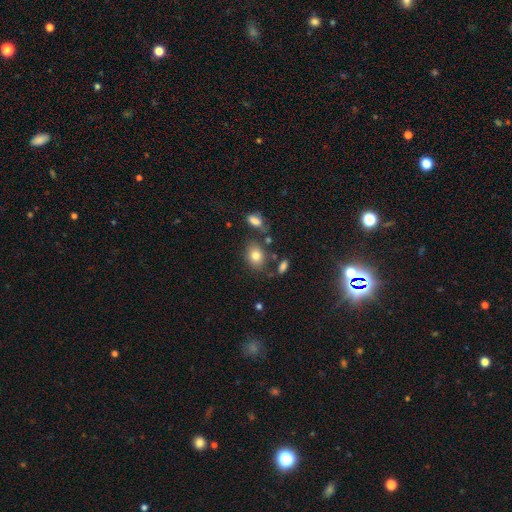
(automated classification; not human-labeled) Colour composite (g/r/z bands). It shows a smooth galaxy with no disk features (79%) that is in between round and cigar-shaped (61%). Merging: none (71%).